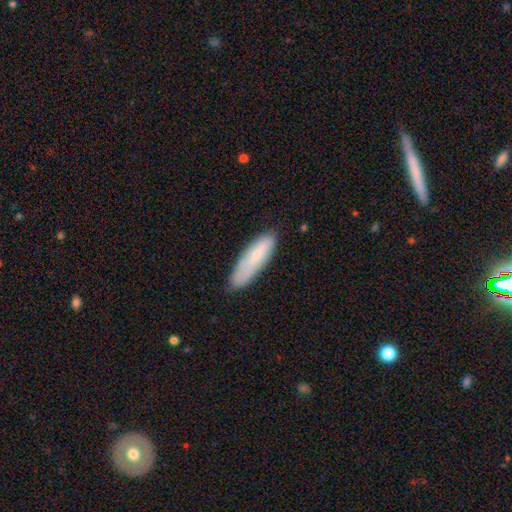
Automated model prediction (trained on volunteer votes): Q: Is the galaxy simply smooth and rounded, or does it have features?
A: smooth — 75%.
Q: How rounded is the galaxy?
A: cigar-shaped — 56%.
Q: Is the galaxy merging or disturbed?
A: none — 74%.